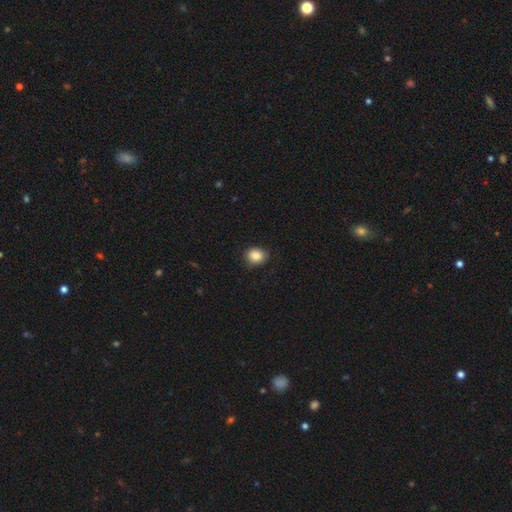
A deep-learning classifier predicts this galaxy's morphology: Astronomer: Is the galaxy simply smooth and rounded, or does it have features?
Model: smooth — 86%.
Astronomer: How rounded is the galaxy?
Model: round — 64%.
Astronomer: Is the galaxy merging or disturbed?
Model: none — 84%.